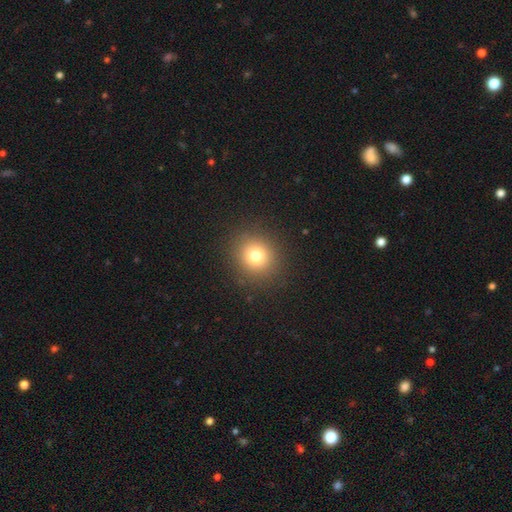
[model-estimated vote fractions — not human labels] A smooth galaxy with no disk features (76%) that is round (87%). Merging: none (89%).